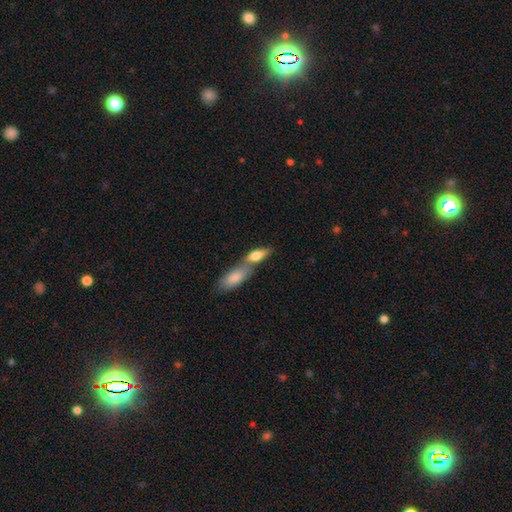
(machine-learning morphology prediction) A smooth galaxy with no disk features (73%) that is in between round and cigar-shaped (64%). Merging: merger (64%).